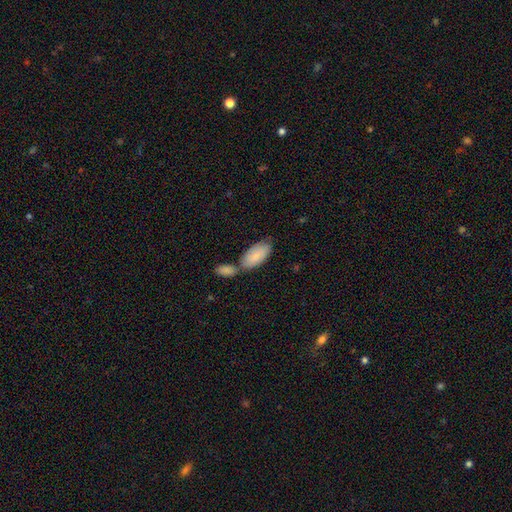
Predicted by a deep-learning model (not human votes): smooth 84%, featured or disk 10%, star or artifact 6%. Down the decision tree: how rounded — in between (92%); merging — none (44%).